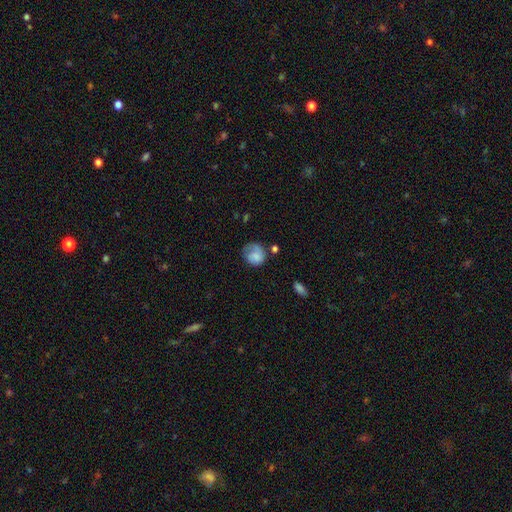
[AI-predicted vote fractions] Q: Smooth or featured?
A: smooth (67%); runner-up: featured or disk (26%)
Q: How rounded?
A: round (74%); runner-up: in between (25%)
Q: Merging?
A: none (44%); runner-up: minor disturbance (27%)